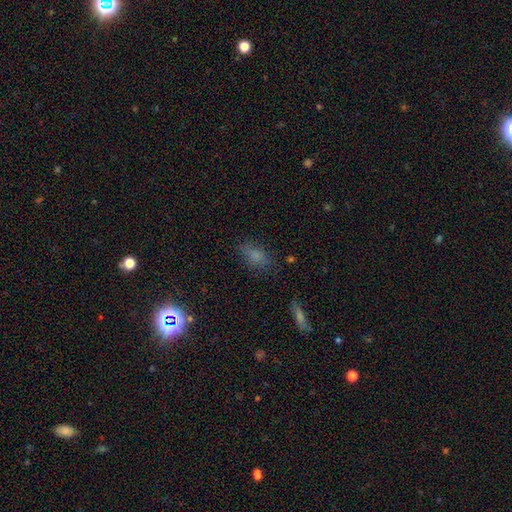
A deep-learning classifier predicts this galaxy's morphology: Q: Smooth or featured?
A: smooth (70%); runner-up: star or artifact (19%)
Q: How rounded?
A: in between (82%); runner-up: round (11%)
Q: Merging?
A: none (70%); runner-up: minor disturbance (20%)